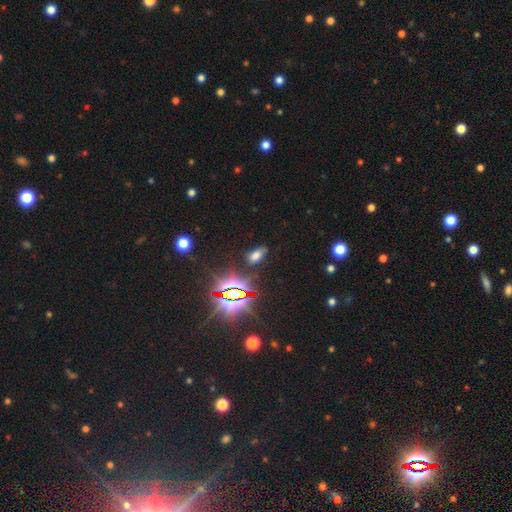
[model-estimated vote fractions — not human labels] Smooth or featured?
  - smooth: 56% *
  - star or artifact: 36%
  - featured or disk: 8%
How rounded?
  - in between: 89% *
  - round: 6%
  - cigar-shaped: 5%
Merging?
  - none: 83% *
  - minor disturbance: 11%
  - major disturbance: 3%
  - merger: 3%